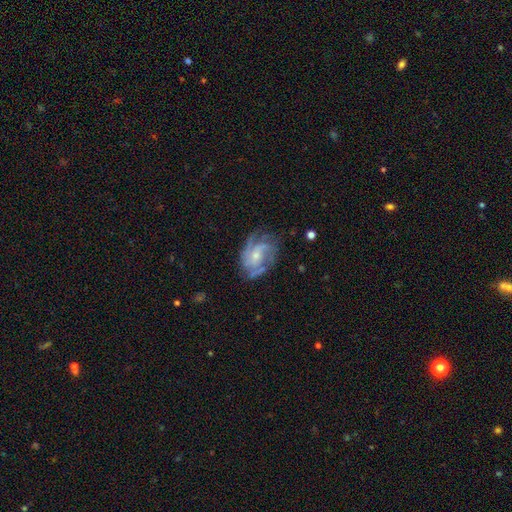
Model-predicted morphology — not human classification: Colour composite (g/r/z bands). It shows a featured or disk galaxy (83%) with no bar (64%), 2 (35%) medium (47%) spiral arms (93%) and a small central bulge (57%). Merging: none (62%).